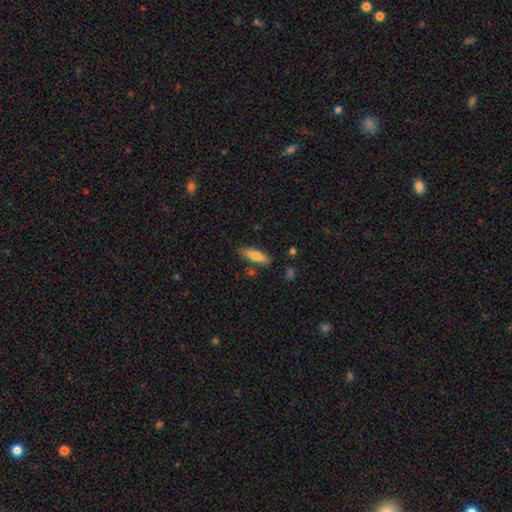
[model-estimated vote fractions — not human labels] A smooth galaxy with no disk features (78%) that is cigar-shaped (54%).

Vote fractions:
- Smooth or featured? smooth: 78% / featured or disk: 16% / star or artifact: 6%
- How rounded? cigar-shaped: 54% / in between: 44% / round: 2%
- Merging? none: 80% / minor disturbance: 13% / merger: 4% / major disturbance: 3%